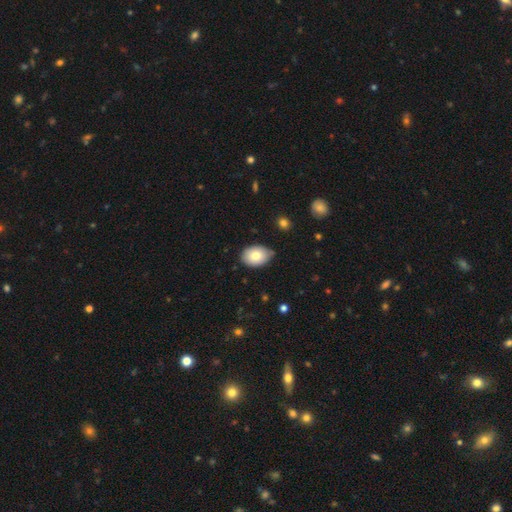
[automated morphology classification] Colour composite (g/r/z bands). It shows a smooth galaxy with no disk features (78%) that is in between round and cigar-shaped (80%). Merging: none (75%).